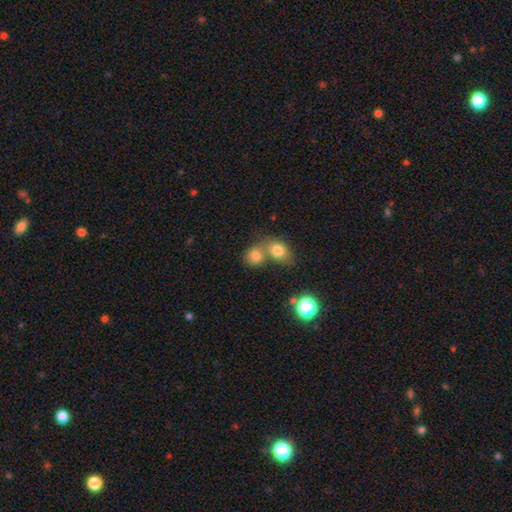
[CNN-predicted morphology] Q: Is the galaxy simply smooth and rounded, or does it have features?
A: smooth — 77%.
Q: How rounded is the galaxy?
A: round — 66%.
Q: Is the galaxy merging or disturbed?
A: merger — 57%.